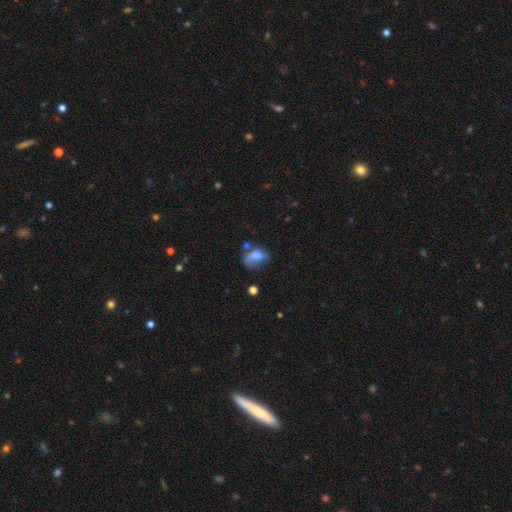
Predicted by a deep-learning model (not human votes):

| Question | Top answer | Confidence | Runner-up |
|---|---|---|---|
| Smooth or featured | smooth | 66% | featured or disk (22%) |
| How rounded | in between | 78% | round (18%) |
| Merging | major disturbance | 30% | none (29%) |